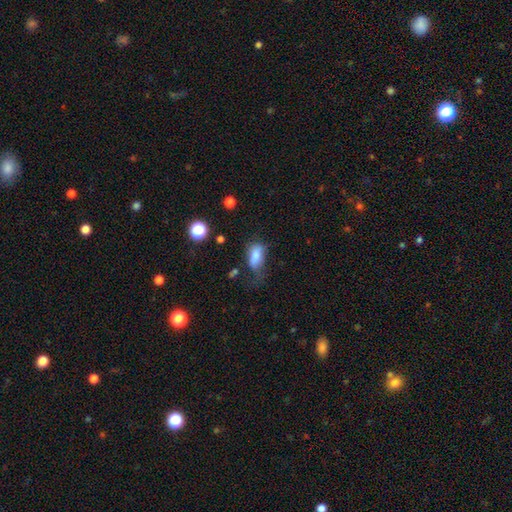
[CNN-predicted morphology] Smooth or featured? Predicted: smooth (p=0.78). How rounded? Predicted: in between (p=0.89). Merging? Predicted: none (p=0.34).